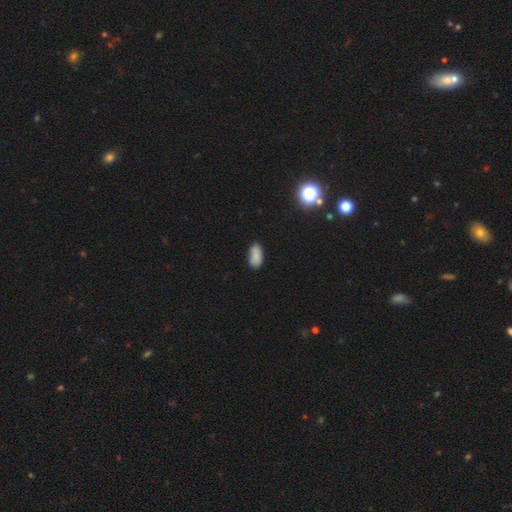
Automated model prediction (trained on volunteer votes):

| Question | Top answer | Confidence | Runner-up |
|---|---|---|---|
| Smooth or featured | smooth | 83% | star or artifact (10%) |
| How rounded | in between | 89% | cigar-shaped (8%) |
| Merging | none | 75% | minor disturbance (19%) |